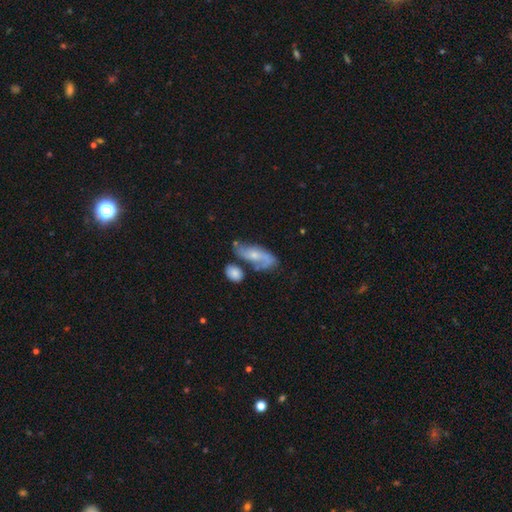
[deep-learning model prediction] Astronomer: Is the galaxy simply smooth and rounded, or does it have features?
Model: featured or disk — 65%.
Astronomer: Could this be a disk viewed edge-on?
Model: no — 91%.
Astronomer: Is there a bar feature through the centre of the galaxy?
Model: no — 61%.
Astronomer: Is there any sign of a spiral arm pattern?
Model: yes — 86%.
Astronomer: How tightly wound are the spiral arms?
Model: loose — 47% (runner-up: medium, 37%).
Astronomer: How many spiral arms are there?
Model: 2 — 74%.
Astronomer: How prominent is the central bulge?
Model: small — 53% (runner-up: moderate, 37%).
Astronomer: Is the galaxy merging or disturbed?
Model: none — 44% (runner-up: merger, 22%).